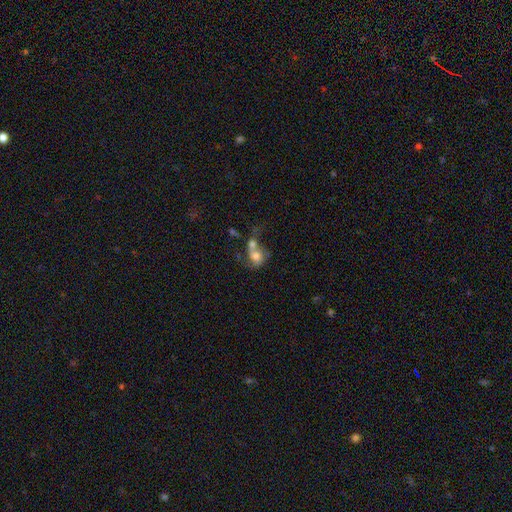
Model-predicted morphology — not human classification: smooth-or-featured: smooth: 57% | featured or disk: 33% | star or artifact: 10%
  how-rounded: round: 56% | in between: 43% | cigar-shaped: 2%
  merging: merger: 64% | none: 16% | major disturbance: 11% | minor disturbance: 8%